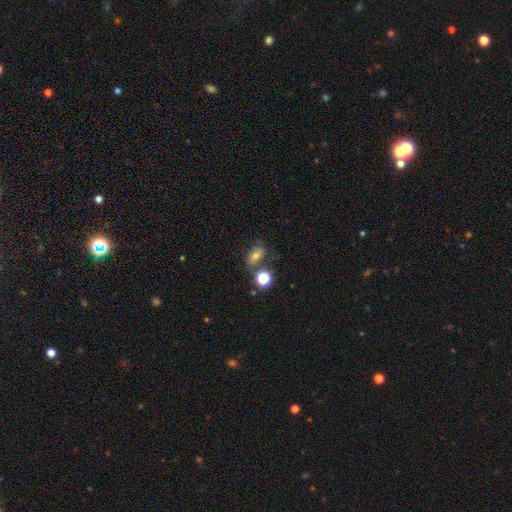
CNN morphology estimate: Smooth or featured? smooth (62%)
How rounded? in between (69%)
Merging? none (58%)